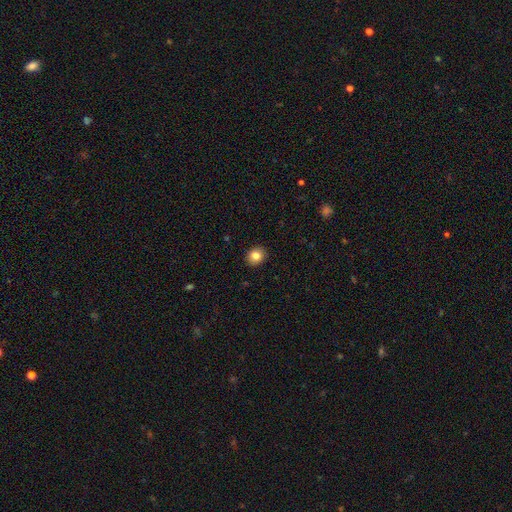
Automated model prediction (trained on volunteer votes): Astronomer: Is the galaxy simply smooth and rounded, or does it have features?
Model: smooth — 84%.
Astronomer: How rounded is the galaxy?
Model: round — 70%.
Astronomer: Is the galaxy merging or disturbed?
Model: none — 91%.